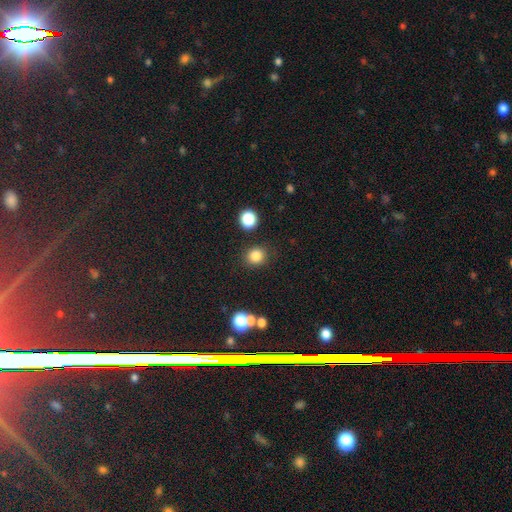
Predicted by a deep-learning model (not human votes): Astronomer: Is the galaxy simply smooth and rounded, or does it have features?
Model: smooth — 82%.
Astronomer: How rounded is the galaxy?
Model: round — 84%.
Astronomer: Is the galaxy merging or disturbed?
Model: none — 85%.